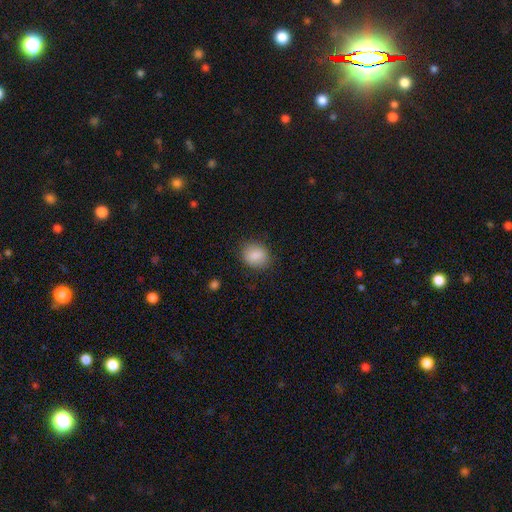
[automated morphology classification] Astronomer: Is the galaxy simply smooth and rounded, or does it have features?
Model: smooth — 87%.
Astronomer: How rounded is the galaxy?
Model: round — 57% (runner-up: in between, 42%).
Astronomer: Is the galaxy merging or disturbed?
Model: none — 83%.